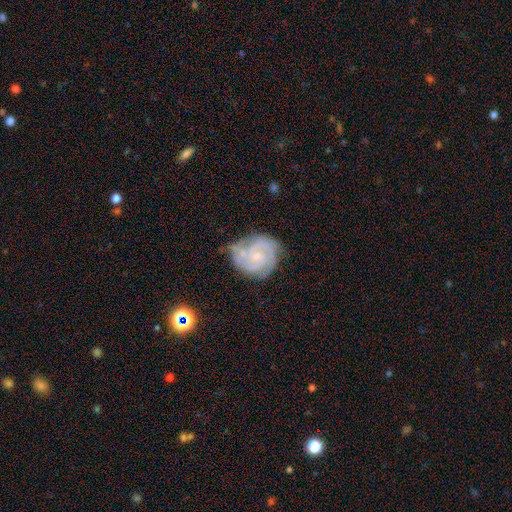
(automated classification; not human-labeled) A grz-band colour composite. It shows a featured or disk galaxy (88%) with no bar (64%), 3 (37%) tight (68%) spiral arms (98%) and a small central bulge (75%). Merging: none (66%).